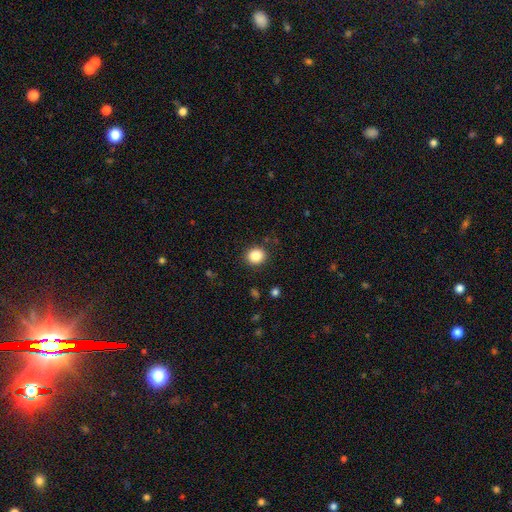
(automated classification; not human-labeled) A smooth galaxy with no disk features (86%) that is round (82%). Merging: none (88%).